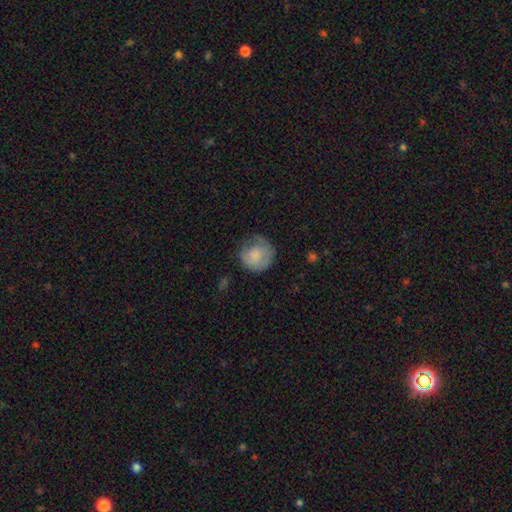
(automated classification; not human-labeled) Smooth or featured? smooth (72%)
How rounded? round (88%)
Merging? none (54%)